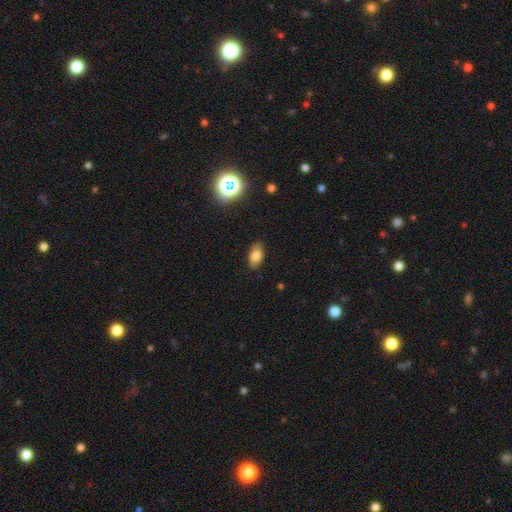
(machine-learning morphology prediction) This is likely a smooth galaxy (78%). How rounded: clearly in between (89%). Merging: clearly none (87%).